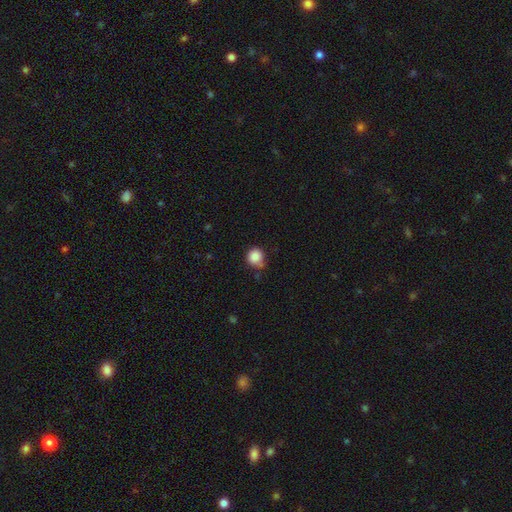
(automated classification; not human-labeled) A smooth galaxy with no disk features (86%) that is round (89%).

Vote fractions:
- Smooth or featured? smooth: 86% / star or artifact: 10% / featured or disk: 4%
- How rounded? round: 89% / in between: 10% / cigar-shaped: 1%
- Merging? none: 61% / minor disturbance: 28% / major disturbance: 6% / merger: 5%